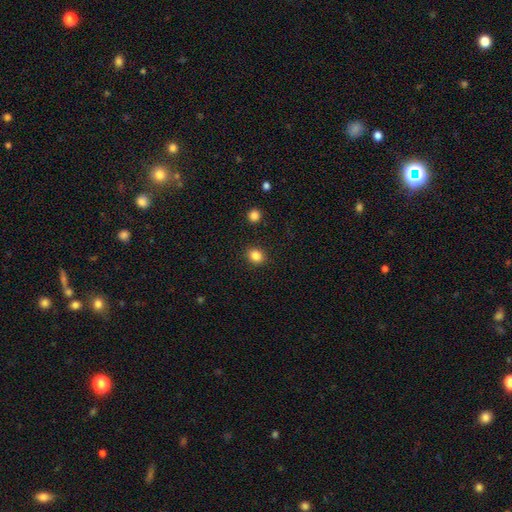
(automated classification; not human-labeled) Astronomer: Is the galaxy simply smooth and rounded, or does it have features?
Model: smooth — 85%.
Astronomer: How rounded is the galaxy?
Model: round — 61% (runner-up: in between, 38%).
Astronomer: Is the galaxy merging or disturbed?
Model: none — 90%.